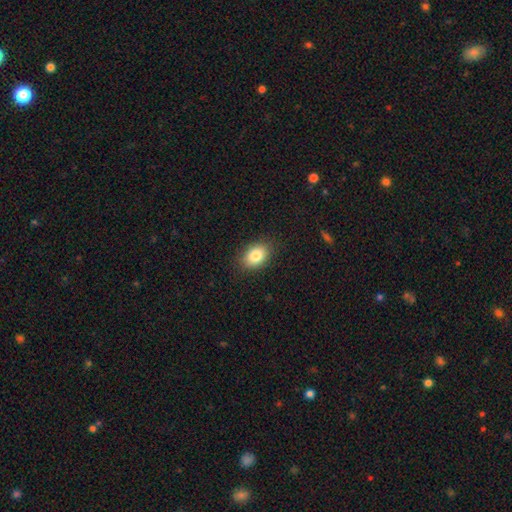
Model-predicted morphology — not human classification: The model was most divided on "how rounded": in between: 82%, round: 17%, cigar-shaped: 1%. More confident: merging — none (87%); smooth or featured — smooth (84%).